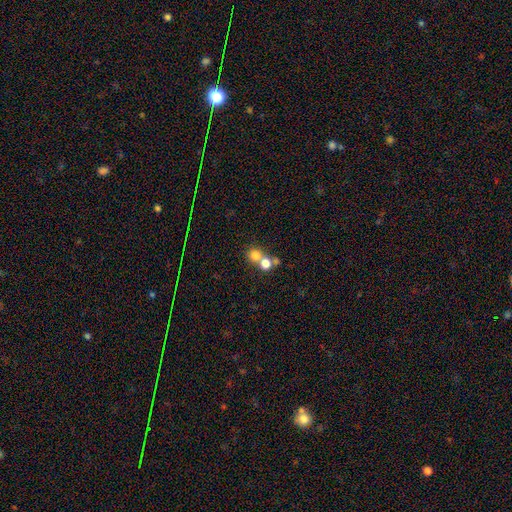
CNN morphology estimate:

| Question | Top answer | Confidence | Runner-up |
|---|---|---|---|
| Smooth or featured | smooth | 75% | star or artifact (14%) |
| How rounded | round | 85% | in between (14%) |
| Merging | merger | 49% | none (42%) |